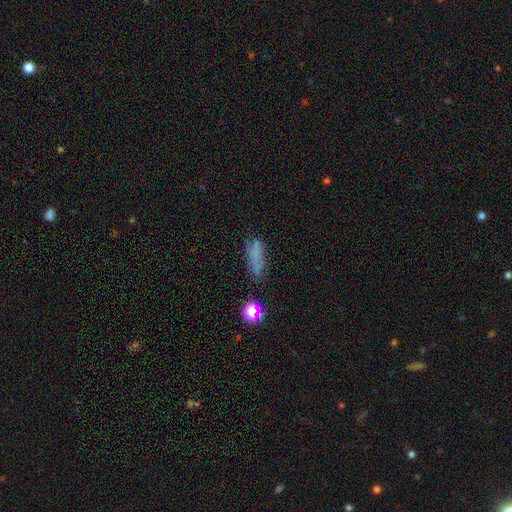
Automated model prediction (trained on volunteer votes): Q: Smooth or featured?
A: smooth (65%); runner-up: star or artifact (19%)
Q: How rounded?
A: in between (49%); runner-up: cigar-shaped (46%)
Q: Merging?
A: none (58%); runner-up: minor disturbance (23%)